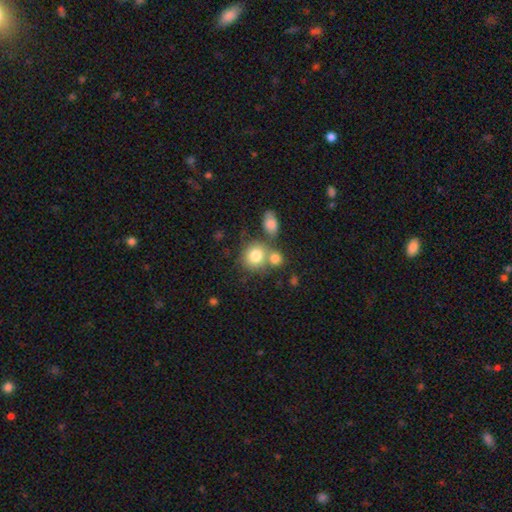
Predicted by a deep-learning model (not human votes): This is likely a smooth galaxy (79%). How rounded: likely round (79%). Merging: possibly none (50%).